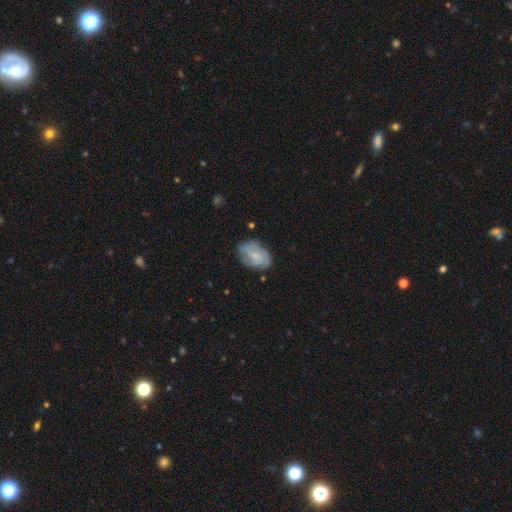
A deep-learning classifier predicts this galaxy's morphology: Overall: featured or disk (58%; smooth 35%). Edge-on disk: no (97%). Bar: no (61%; weak 33%). Spiral arms: yes (78%). Bulge size: small (39%; none 29%). Merging: none (66%).